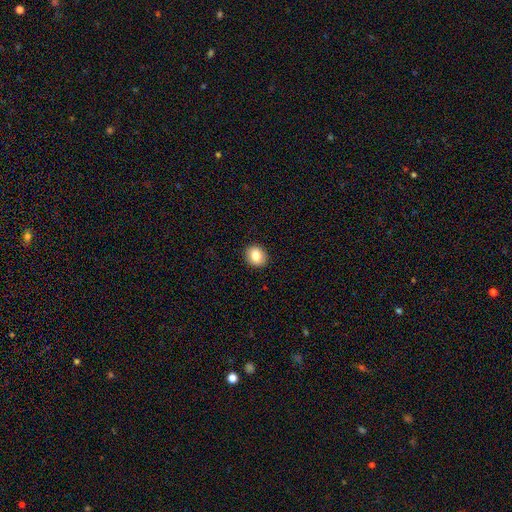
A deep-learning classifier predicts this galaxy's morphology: smooth-or-featured: smooth: 83% | star or artifact: 9% | featured or disk: 8%
  how-rounded: round: 67% | in between: 33% | cigar-shaped: 1%
  merging: none: 91% | minor disturbance: 6% | major disturbance: 2% | merger: 1%